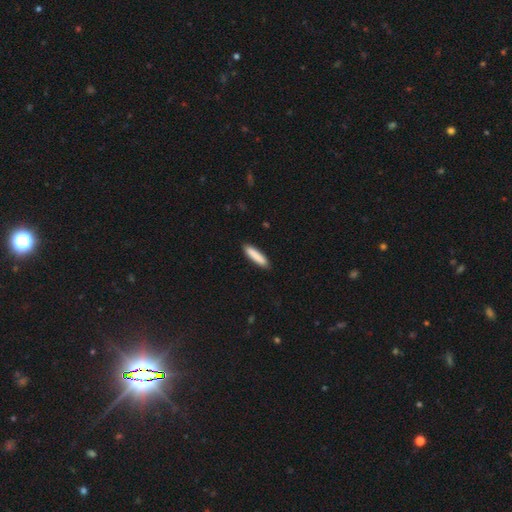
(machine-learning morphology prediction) Smooth or featured: smooth — 87% (featured or disk — 7%)
How rounded: cigar-shaped — 82% (in between — 16%)
Merging: none — 89% (minor disturbance — 8%)